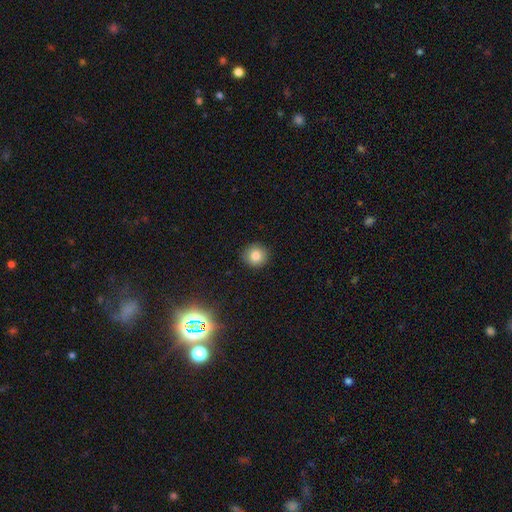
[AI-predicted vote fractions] Q: Smooth or featured?
A: smooth (81%); runner-up: star or artifact (11%)
Q: How rounded?
A: round (92%); runner-up: in between (7%)
Q: Merging?
A: none (92%); runner-up: minor disturbance (6%)